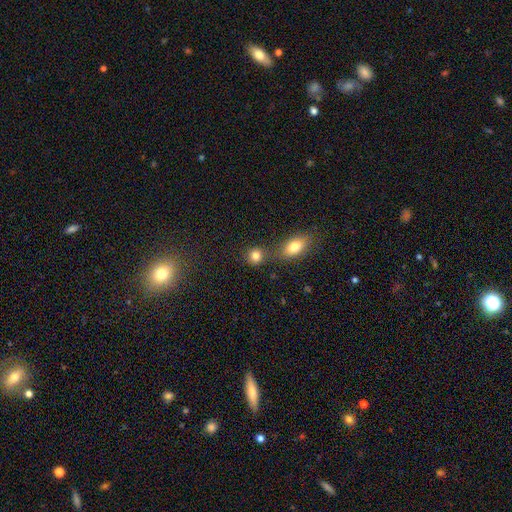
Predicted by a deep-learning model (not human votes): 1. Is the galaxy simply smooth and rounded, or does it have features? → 83% smooth, 11% star or artifact, 6% featured or disk.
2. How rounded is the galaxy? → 81% round, 18% in between, 1% cigar-shaped.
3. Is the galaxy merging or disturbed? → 64% none, 24% merger, 9% minor disturbance, 3% major disturbance.